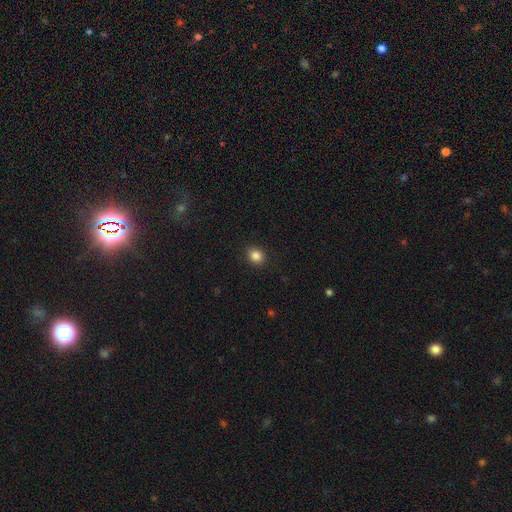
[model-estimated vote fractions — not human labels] Smooth or featured: smooth — 86% (star or artifact — 11%)
How rounded: round — 65% (in between — 34%)
Merging: none — 90% (minor disturbance — 7%)